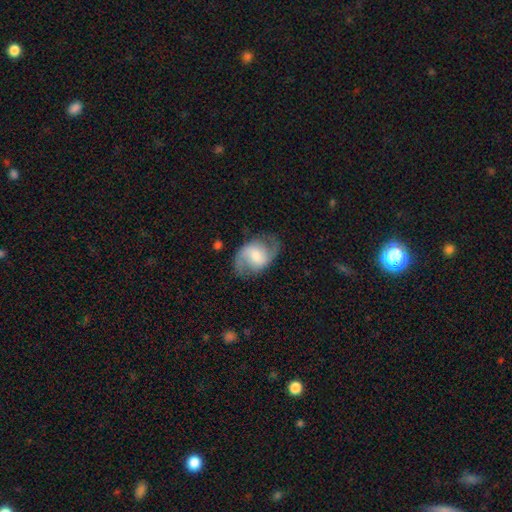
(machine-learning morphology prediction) Smooth or featured? Predicted: featured or disk (p=0.76). Edge-on disk? Predicted: no (p=0.97). Bar? Predicted: weak (p=0.51). Spiral arms? Predicted: yes (p=0.94). Spiral winding? Predicted: medium (p=0.48). Spiral arm count? Predicted: 2 (p=0.89). Bulge size? Predicted: moderate (p=0.43). Merging? Predicted: none (p=0.73).